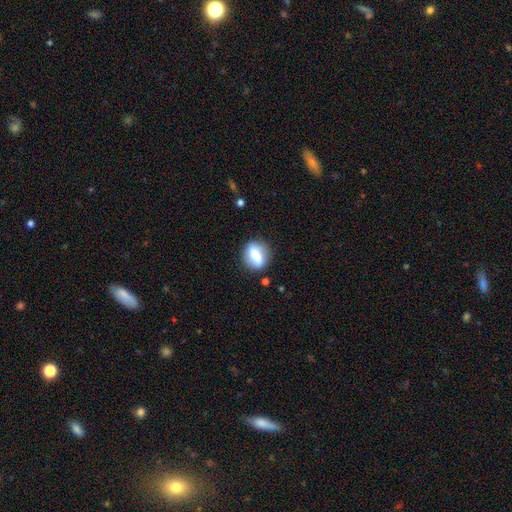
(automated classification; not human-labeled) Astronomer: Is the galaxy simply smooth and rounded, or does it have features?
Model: smooth — 66%.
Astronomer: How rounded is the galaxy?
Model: in between — 53% (runner-up: round, 40%).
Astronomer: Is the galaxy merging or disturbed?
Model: none — 81%.